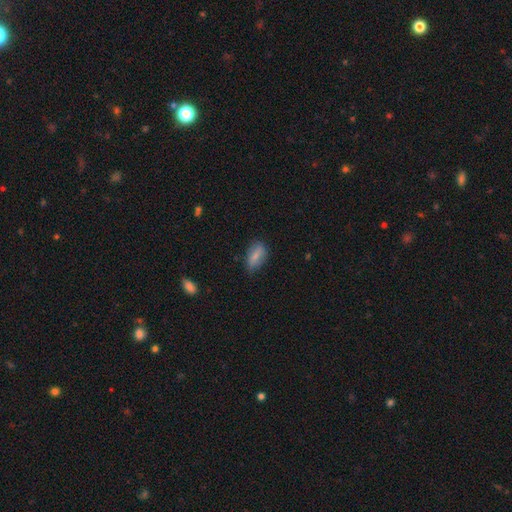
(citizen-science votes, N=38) Overall: smooth (71%). How rounded: in between (89%). Merging: none (59%; minor disturbance 38%).